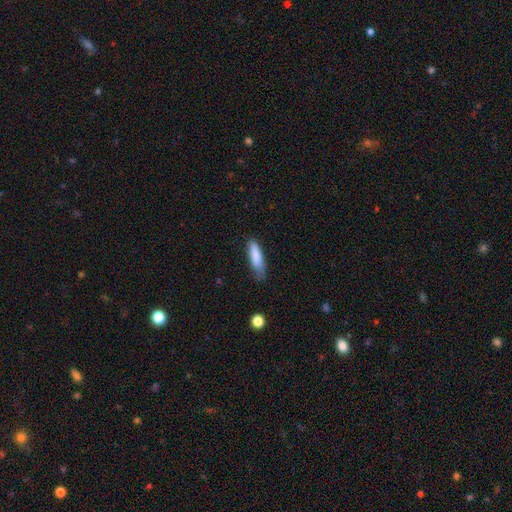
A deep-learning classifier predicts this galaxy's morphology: smooth-or-featured: smooth: 85% | featured or disk: 9% | star or artifact: 6%
  how-rounded: cigar-shaped: 62% | in between: 37% | round: 2%
  merging: none: 63% | minor disturbance: 29% | major disturbance: 6% | merger: 2%